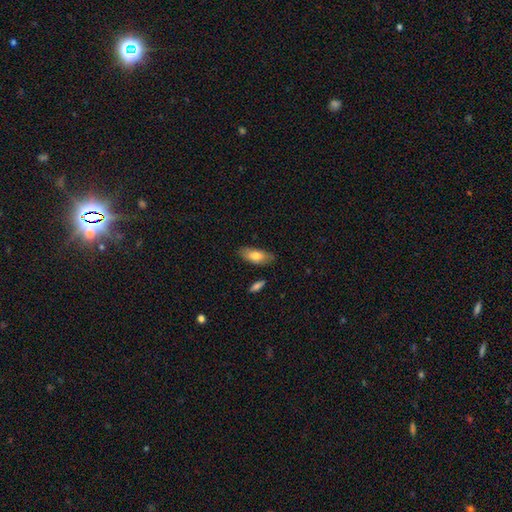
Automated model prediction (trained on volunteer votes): smooth_or_featured: smooth (p=0.75) [alt: featured or disk p=0.19]
how_rounded: in between (p=0.86) [alt: cigar-shaped p=0.12]
merging: none (p=0.82) [alt: minor disturbance p=0.14]